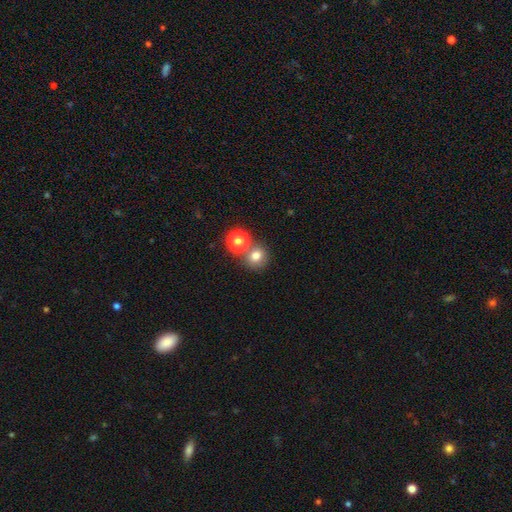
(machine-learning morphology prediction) This is likely a smooth galaxy (75%). How rounded: clearly round (85%). Merging: likely none (63%).